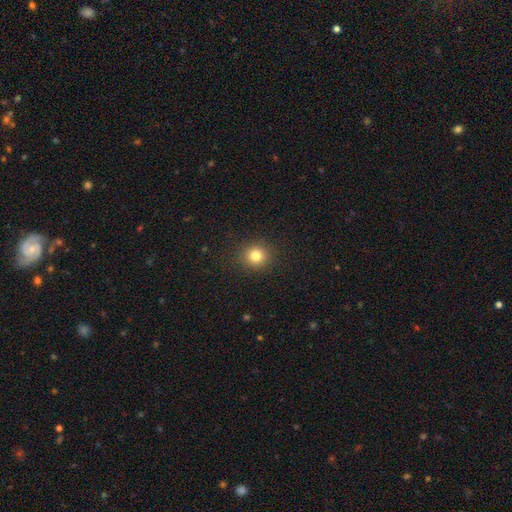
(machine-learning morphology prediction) This appears to be a smooth galaxy with no disk features (81%) that is round (89%). Merging: none (91%).